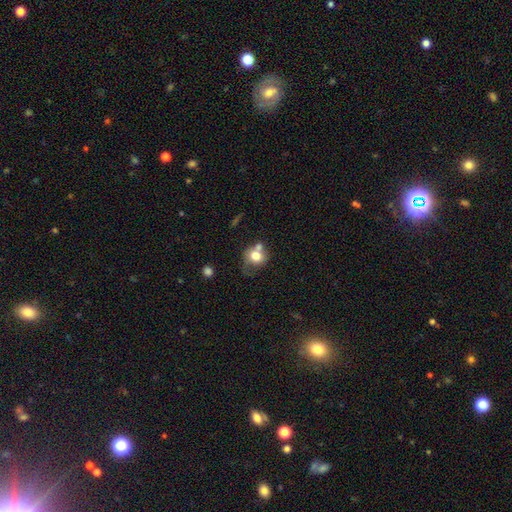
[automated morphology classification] This appears to be a smooth galaxy with no disk features (72%) that is round (70%). Merging: merger (37%).